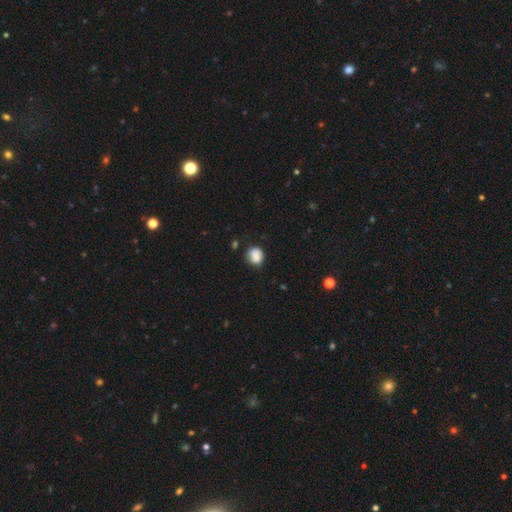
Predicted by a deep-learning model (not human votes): The model was most divided on "how rounded": round: 70%, in between: 29%, cigar-shaped: 1%. More confident: smooth or featured — smooth (86%); merging — none (69%).